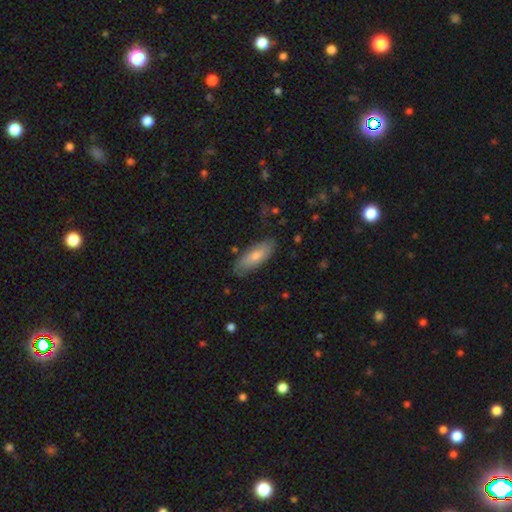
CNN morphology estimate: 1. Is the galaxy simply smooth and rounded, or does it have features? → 69% smooth, 25% featured or disk, 6% star or artifact.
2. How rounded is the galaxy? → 63% in between, 35% cigar-shaped, 2% round.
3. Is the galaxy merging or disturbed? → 83% none, 13% minor disturbance, 2% major disturbance, 1% merger.